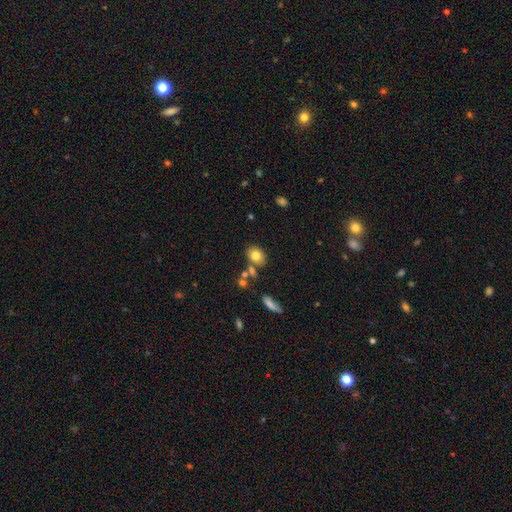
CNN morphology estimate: smooth_or_featured: smooth (p=0.76) [alt: featured or disk p=0.13]
how_rounded: in between (p=0.59) [alt: round p=0.39]
merging: none (p=0.70) [alt: minor disturbance p=0.14]